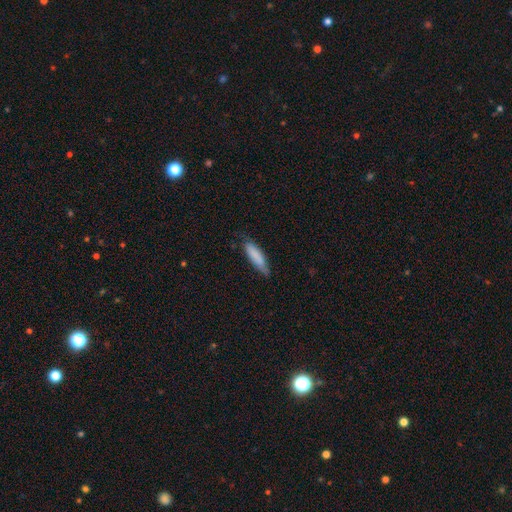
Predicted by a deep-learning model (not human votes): Morphology: type=smooth (82%); roundness=cigar-shaped (64%); merging=none (70%).